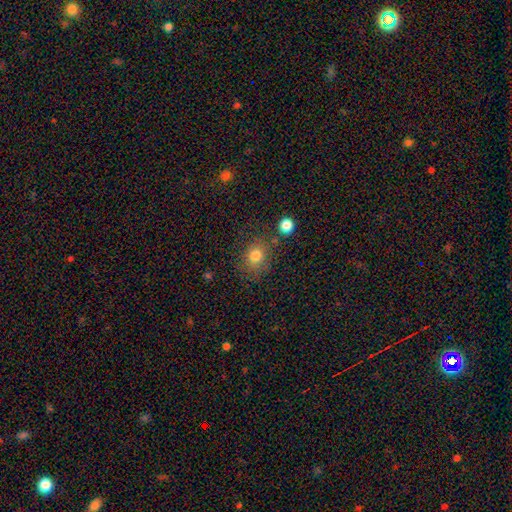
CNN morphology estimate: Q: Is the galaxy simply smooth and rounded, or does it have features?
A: smooth — 80%.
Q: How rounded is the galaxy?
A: round — 68%.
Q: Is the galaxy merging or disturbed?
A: none — 74%.